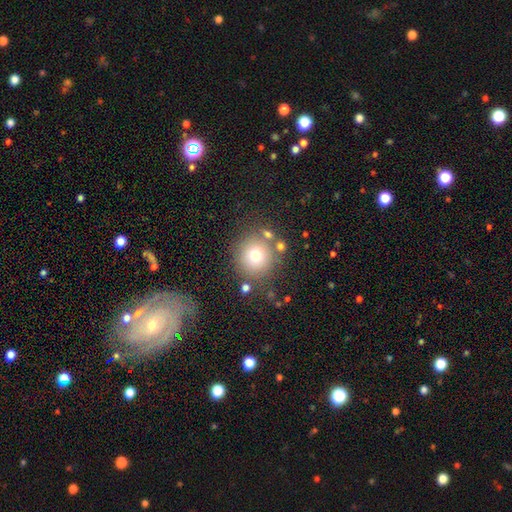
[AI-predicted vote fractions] smooth-or-featured: smooth: 74% | featured or disk: 13% | star or artifact: 13%
  how-rounded: round: 92% | in between: 7% | cigar-shaped: 1%
  merging: none: 76% | minor disturbance: 11% | merger: 8% | major disturbance: 5%